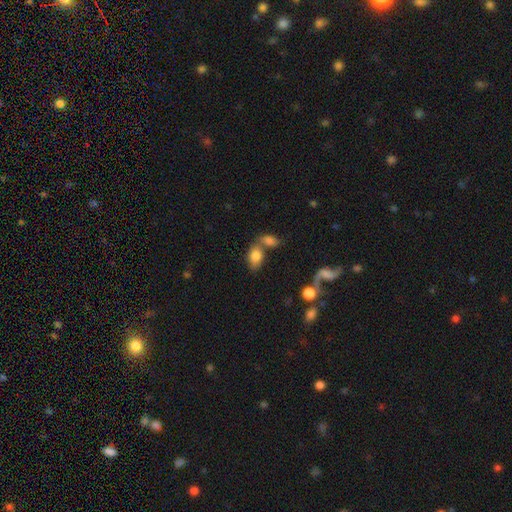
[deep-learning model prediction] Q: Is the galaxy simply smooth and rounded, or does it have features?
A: smooth — 79%.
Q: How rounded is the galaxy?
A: in between — 86%.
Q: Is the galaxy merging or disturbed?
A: merger — 45%.